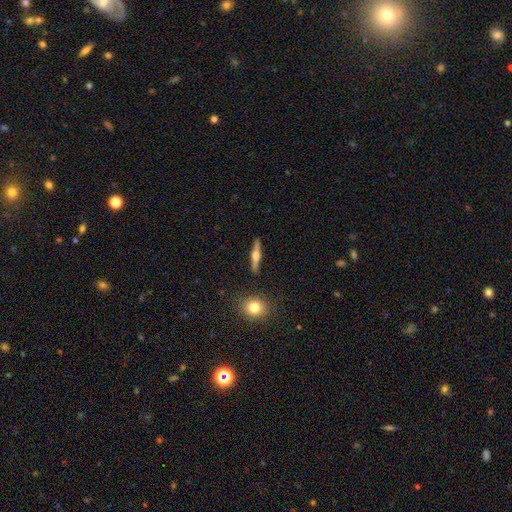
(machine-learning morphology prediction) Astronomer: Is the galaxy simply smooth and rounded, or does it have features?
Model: featured or disk — 62%.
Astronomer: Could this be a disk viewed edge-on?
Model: yes — 97%.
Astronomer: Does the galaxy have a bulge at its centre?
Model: rounded — 90%.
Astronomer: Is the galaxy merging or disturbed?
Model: none — 88%.